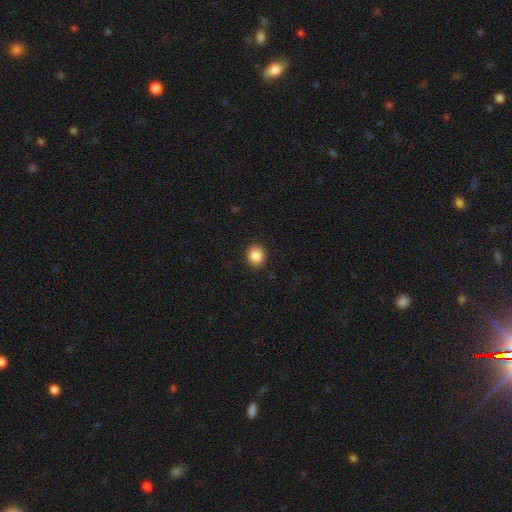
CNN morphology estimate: This is clearly a smooth galaxy (87%). How rounded: likely round (79%). Merging: clearly none (90%).